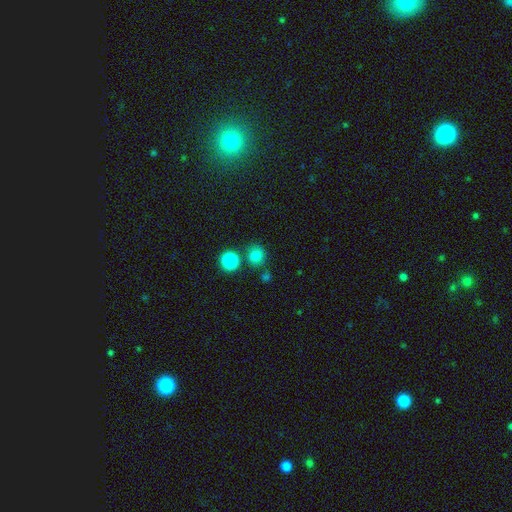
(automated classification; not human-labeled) A smooth galaxy with no disk features (79%) that is round (84%).

Vote fractions:
- Smooth or featured? smooth: 79% / star or artifact: 16% / featured or disk: 5%
- How rounded? round: 84% / in between: 15% / cigar-shaped: 1%
- Merging? none: 75% / merger: 11% / minor disturbance: 10% / major disturbance: 4%